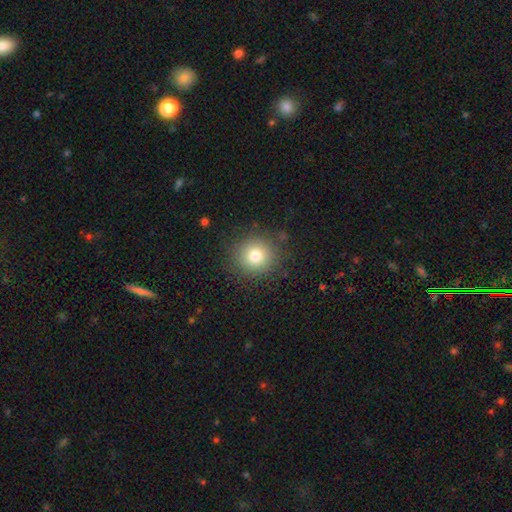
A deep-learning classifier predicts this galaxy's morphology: Smooth or featured?
  - smooth: 73% *
  - star or artifact: 20%
  - featured or disk: 7%
How rounded?
  - round: 94% *
  - in between: 5%
  - cigar-shaped: 1%
Merging?
  - none: 91% *
  - minor disturbance: 5%
  - major disturbance: 2%
  - merger: 1%